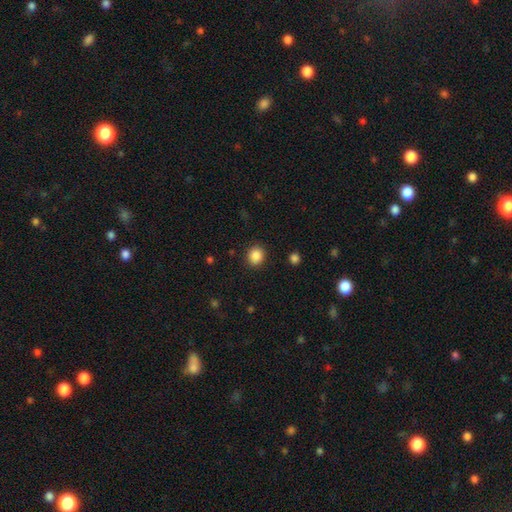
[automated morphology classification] The model was most divided on "how rounded": round: 78%, in between: 21%, cigar-shaped: 1%. More confident: merging — none (90%); smooth or featured — smooth (87%).